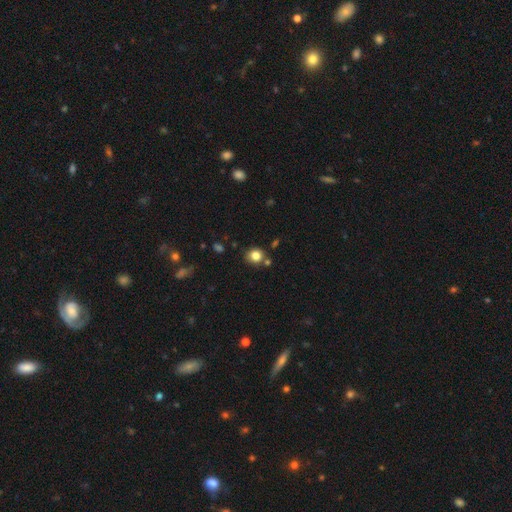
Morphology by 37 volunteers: Smooth or featured?
  - smooth: 86% *
  - star or artifact: 8%
  - featured or disk: 5%
How rounded?
  - round: 84% *
  - in between: 12%
  - cigar-shaped: 3%
Merging?
  - none: 53% *
  - minor disturbance: 24%
  - merger: 18%
  - major disturbance: 6%